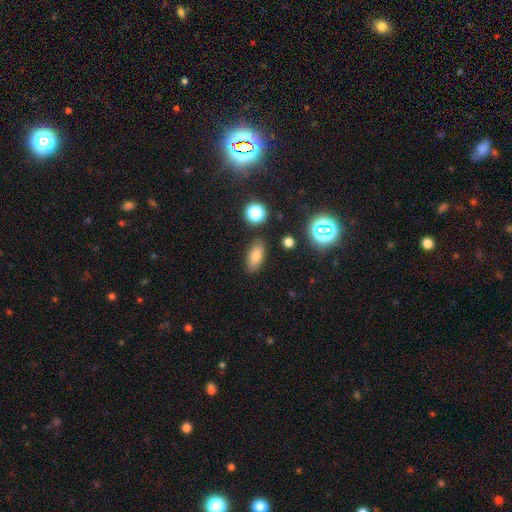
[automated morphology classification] Overall: smooth (76%). How rounded: in between (83%). Merging: none (85%).